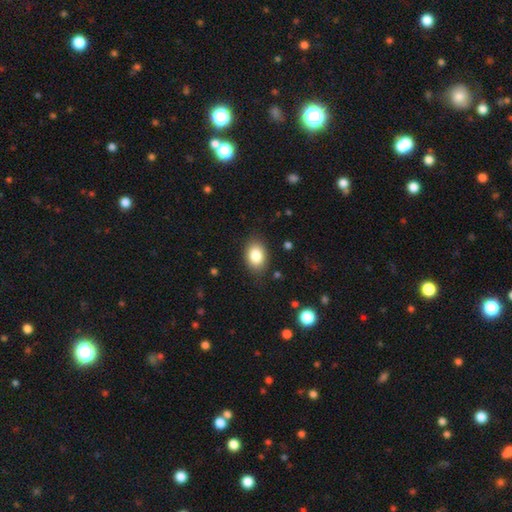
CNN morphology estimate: This appears to be a smooth galaxy with no disk features (85%) that is in between round and cigar-shaped (79%). Merging: none (84%).